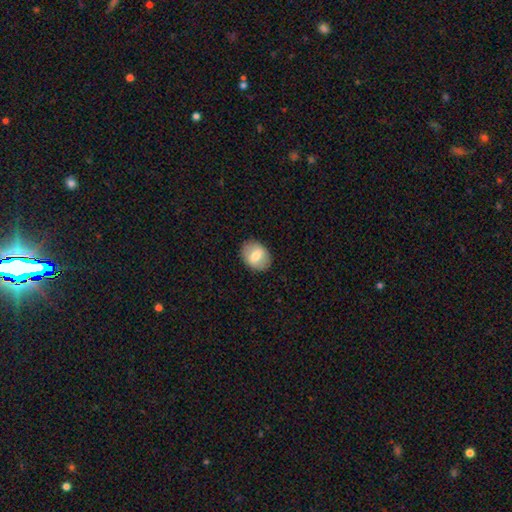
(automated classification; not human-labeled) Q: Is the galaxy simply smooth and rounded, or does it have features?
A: smooth — 67%.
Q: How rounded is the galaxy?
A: in between — 64%.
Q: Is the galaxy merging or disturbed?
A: none — 87%.